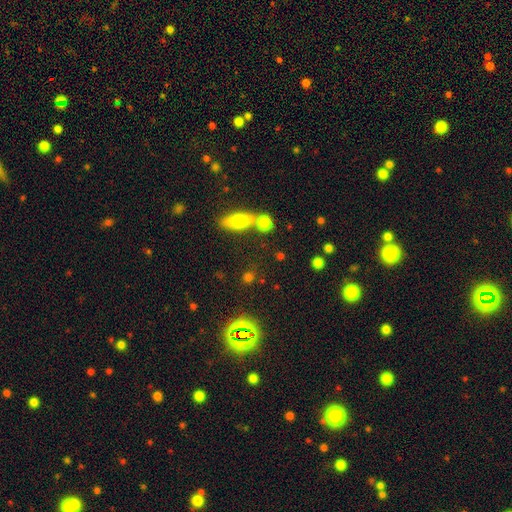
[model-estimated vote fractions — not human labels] Smooth or featured? Predicted: smooth (p=0.47). Merging? Predicted: none (p=0.59).